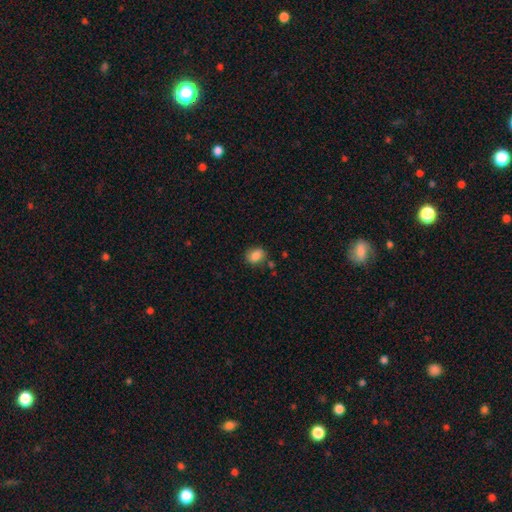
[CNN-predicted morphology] This is clearly a smooth galaxy (84%). How rounded: possibly in between (56%). Merging: likely none (74%).